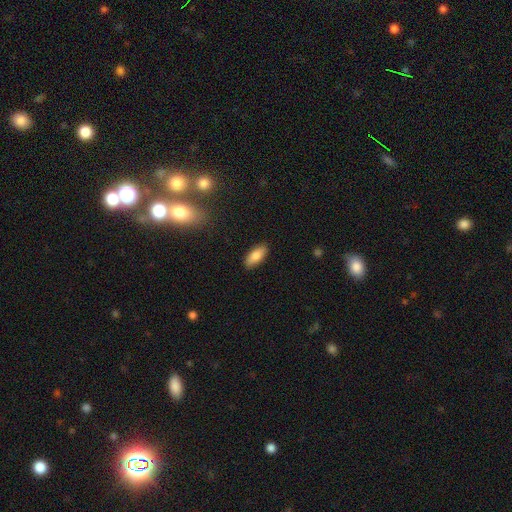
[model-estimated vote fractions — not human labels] Smooth or featured?
  - smooth: 82% *
  - featured or disk: 12%
  - star or artifact: 7%
How rounded?
  - in between: 85% *
  - cigar-shaped: 12%
  - round: 2%
Merging?
  - none: 88% *
  - minor disturbance: 9%
  - major disturbance: 2%
  - merger: 1%